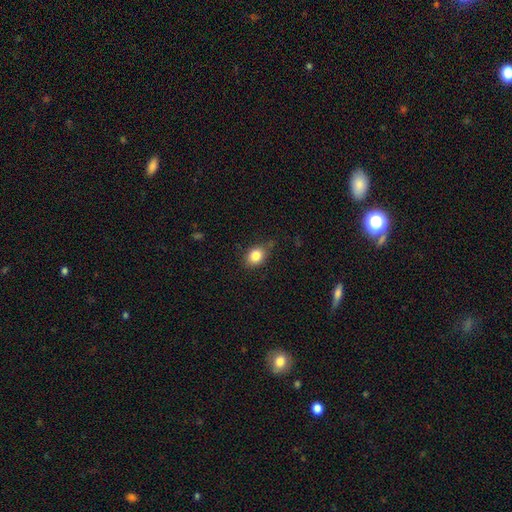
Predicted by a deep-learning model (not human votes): smooth_or_featured: smooth (p=0.84) [alt: star or artifact p=0.10]
how_rounded: in between (p=0.53) [alt: round p=0.46]
merging: none (p=0.73) [alt: minor disturbance p=0.20]